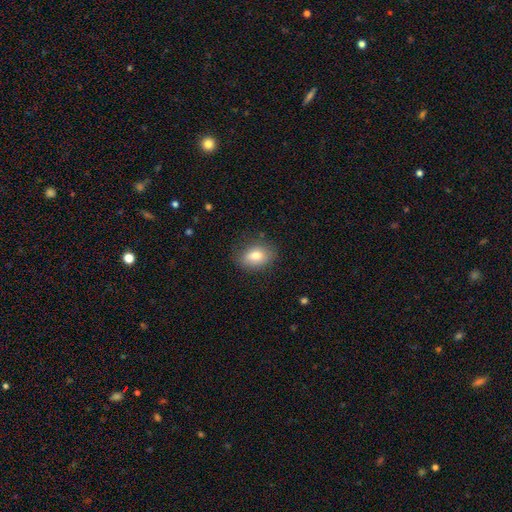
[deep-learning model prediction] This is likely a smooth galaxy (78%). How rounded: likely in between (78%). Merging: likely none (77%).